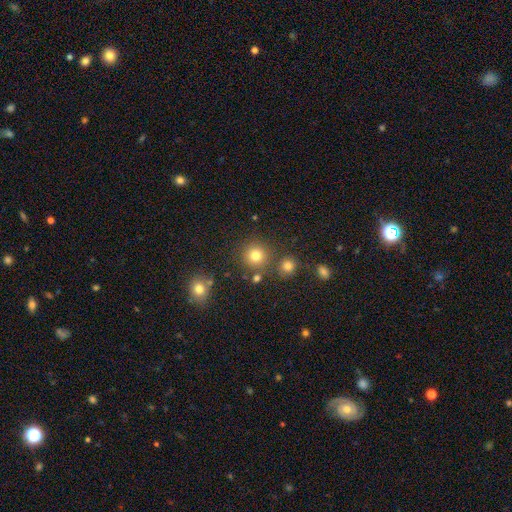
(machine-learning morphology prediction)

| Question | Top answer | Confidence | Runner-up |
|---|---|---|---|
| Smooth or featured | smooth | 78% | star or artifact (15%) |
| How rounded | round | 94% | in between (5%) |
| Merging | none | 82% | minor disturbance (8%) |